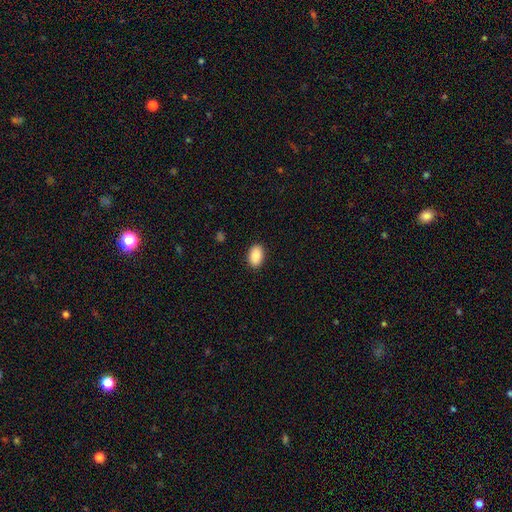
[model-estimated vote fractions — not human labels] smooth_or_featured: smooth (p=0.89) [alt: star or artifact p=0.07]
how_rounded: in between (p=0.90) [alt: round p=0.08]
merging: none (p=0.90) [alt: minor disturbance p=0.07]